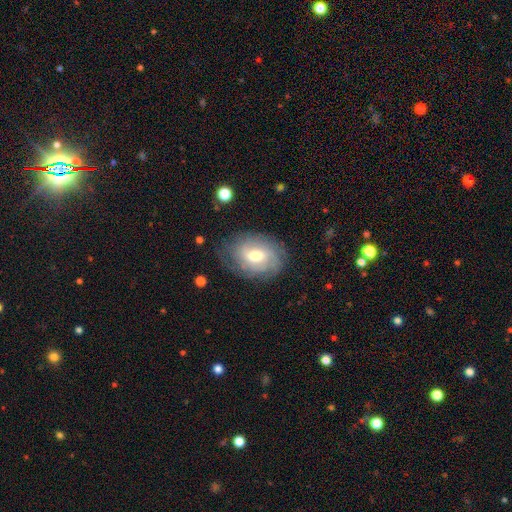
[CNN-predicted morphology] smooth_or_featured: featured or disk (p=0.62) [alt: smooth p=0.30]
disk_edge_on: no (p=0.95) [alt: yes p=0.05]
bar: weak (p=0.52) [alt: no p=0.35]
has_spiral_arms: yes (p=0.83) [alt: no p=0.17]
bulge_size: moderate (p=0.69) [alt: small p=0.20]
merging: none (p=0.74) [alt: minor disturbance p=0.18]